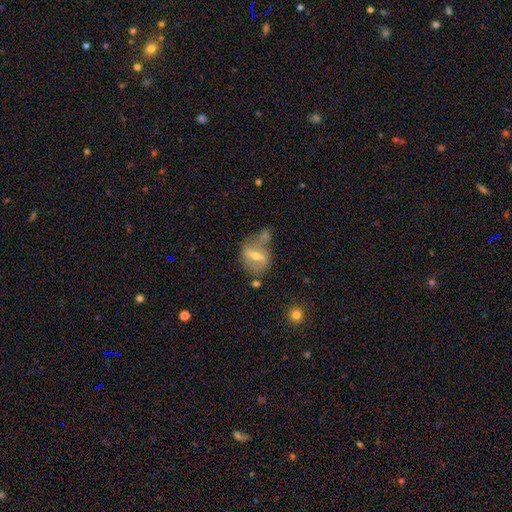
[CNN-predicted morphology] smooth_or_featured: featured or disk (p=0.58) [alt: smooth p=0.32]
disk_edge_on: no (p=0.88) [alt: yes p=0.12]
bar: strong (p=0.51) [alt: weak p=0.34]
has_spiral_arms: no (p=0.57) [alt: yes p=0.43]
bulge_size: moderate (p=0.61) [alt: small p=0.33]
merging: none (p=0.42) [alt: merger p=0.25]